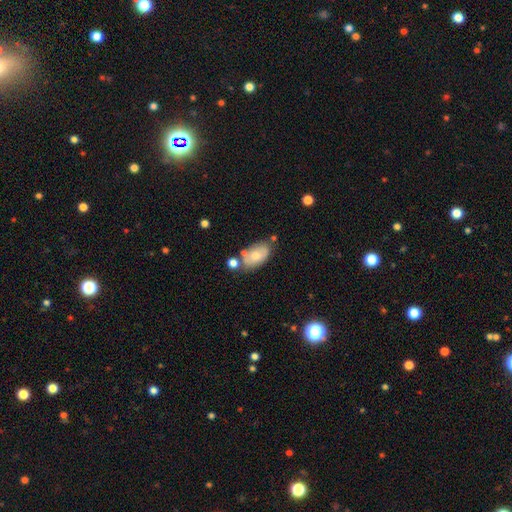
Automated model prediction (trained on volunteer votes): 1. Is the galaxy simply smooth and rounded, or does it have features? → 67% smooth, 26% featured or disk, 8% star or artifact.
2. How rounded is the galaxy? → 92% in between, 7% round, 2% cigar-shaped.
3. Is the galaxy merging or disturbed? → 57% none, 21% minor disturbance, 16% merger, 6% major disturbance.